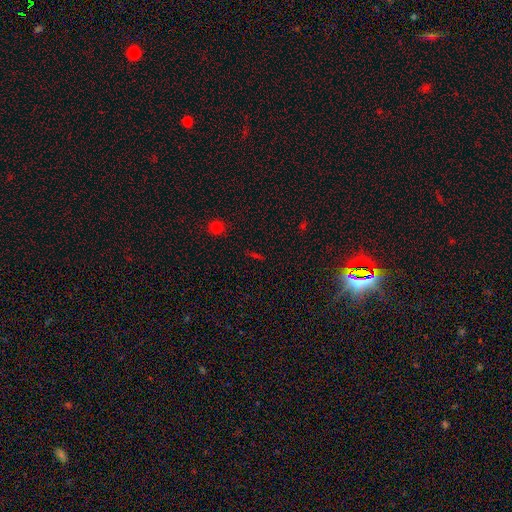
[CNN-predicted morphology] type=star or artifact (56%).